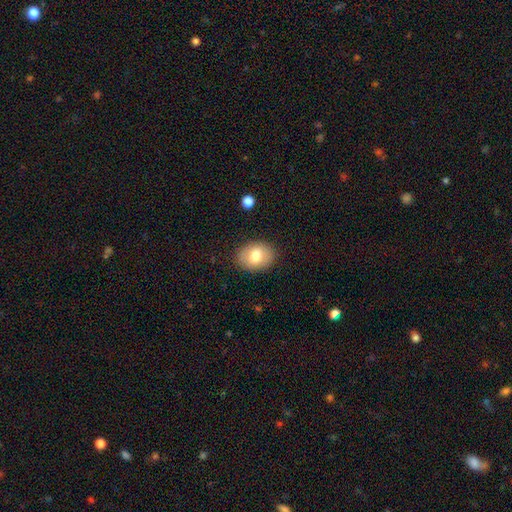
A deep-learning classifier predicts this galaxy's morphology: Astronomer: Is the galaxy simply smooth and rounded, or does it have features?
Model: smooth — 77%.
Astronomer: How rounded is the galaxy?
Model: in between — 68%.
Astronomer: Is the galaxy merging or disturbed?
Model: none — 86%.